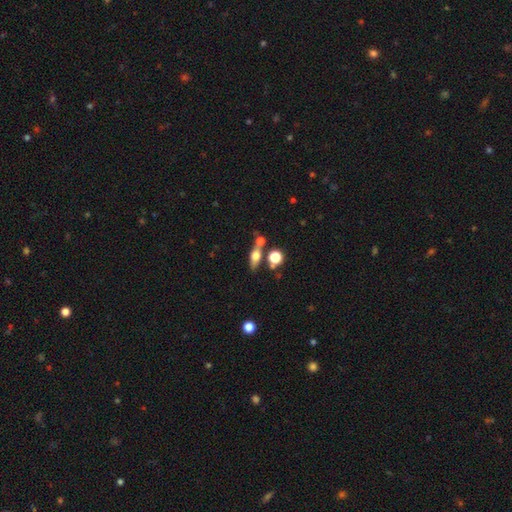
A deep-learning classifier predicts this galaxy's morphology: smooth_or_featured: smooth (p=0.56) [alt: featured or disk p=0.32]
how_rounded: in between (p=0.57) [alt: cigar-shaped p=0.26]
merging: none (p=0.60) [alt: merger p=0.21]